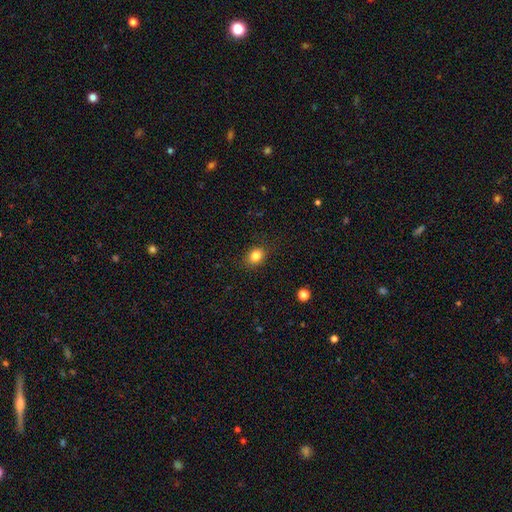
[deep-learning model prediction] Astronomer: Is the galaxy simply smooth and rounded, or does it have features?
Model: smooth — 82%.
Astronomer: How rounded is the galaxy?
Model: in between — 53% (runner-up: round, 46%).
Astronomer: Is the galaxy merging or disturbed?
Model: none — 86%.